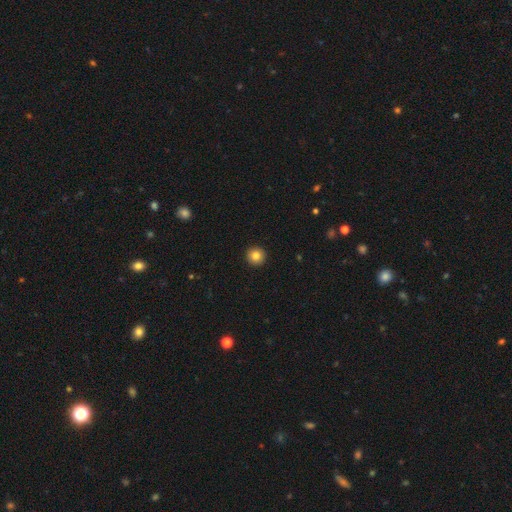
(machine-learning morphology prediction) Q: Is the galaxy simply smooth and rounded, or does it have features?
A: smooth — 84%.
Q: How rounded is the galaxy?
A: round — 96%.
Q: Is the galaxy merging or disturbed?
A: none — 94%.